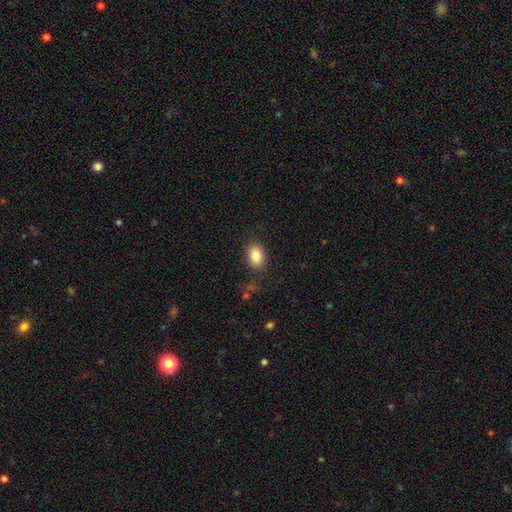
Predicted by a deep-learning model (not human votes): Morphology: type=smooth (85%); roundness=in between (78%); merging=none (84%).